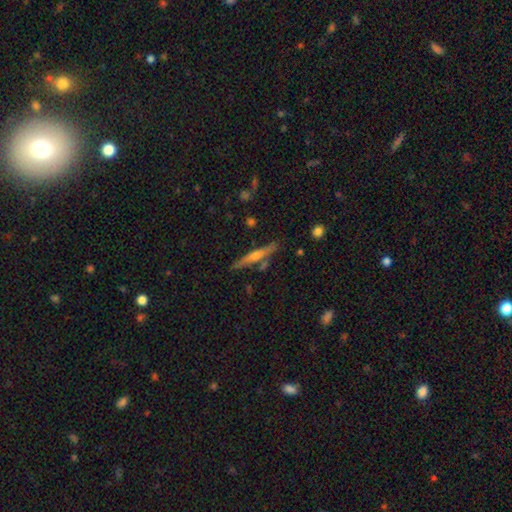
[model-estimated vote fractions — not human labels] smooth_or_featured: featured or disk (p=0.65) [alt: smooth p=0.28]
disk_edge_on: yes (p=0.97) [alt: no p=0.03]
edge_on_bulge: rounded (p=0.79) [alt: none p=0.12]
merging: none (p=0.82) [alt: minor disturbance p=0.10]